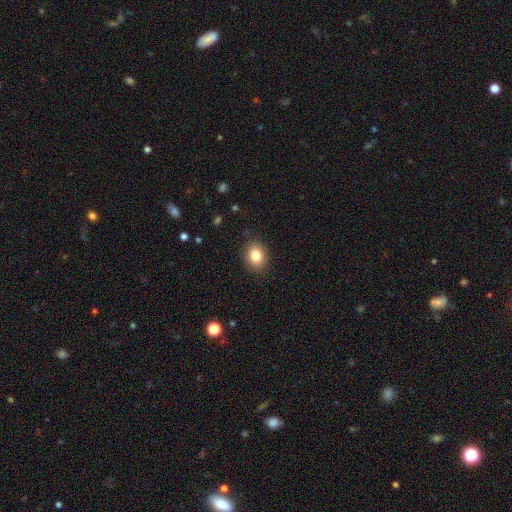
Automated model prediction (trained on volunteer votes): A smooth galaxy with no disk features (82%) that is round (51%).

Vote fractions:
- Smooth or featured? smooth: 82% / star or artifact: 10% / featured or disk: 8%
- How rounded? round: 51% / in between: 49% / cigar-shaped: 1%
- Merging? none: 88% / minor disturbance: 9% / major disturbance: 2% / merger: 1%